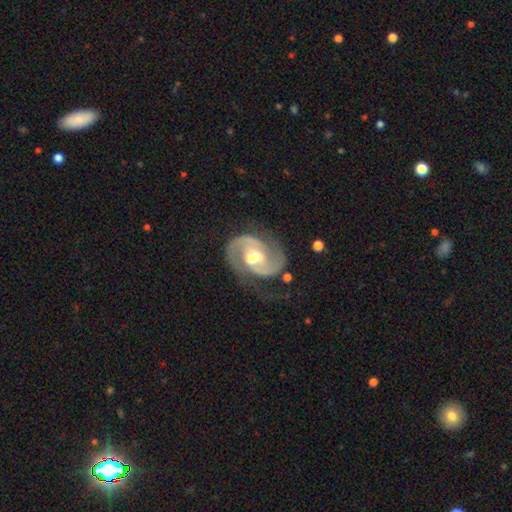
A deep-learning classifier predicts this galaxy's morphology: A featured or disk galaxy (91%) with a weak bar (47%), 2 (91%) medium (52%) spiral arms (97%) and a moderate central bulge (75%).

Vote fractions:
- Smooth or featured? featured or disk: 91% / smooth: 5% / star or artifact: 4%
- Edge-on disk? no: 98% / yes: 2%
- Bar? weak: 47% / no: 31% / strong: 23%
- Spiral arms? yes: 97% / no: 3%
- Spiral winding? medium: 52% / tight: 34% / loose: 13%
- Spiral arm count? 2: 91% / can't tell: 3% / 1: 2% / 3: 2% / 4: 1% / more than 4: 1%
- Bulge size? moderate: 75% / small: 13% / large: 11% / none: 1% / dominant: 1%
- Merging? none: 68% / minor disturbance: 19% / major disturbance: 11% / merger: 2%